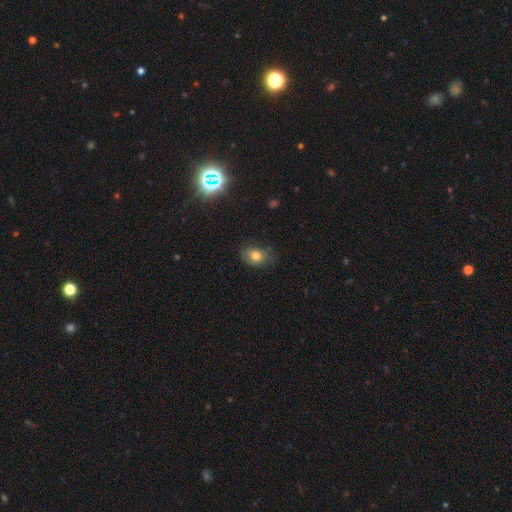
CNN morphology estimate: This is likely a smooth galaxy (76%). How rounded: likely in between (70%). Merging: likely none (71%).